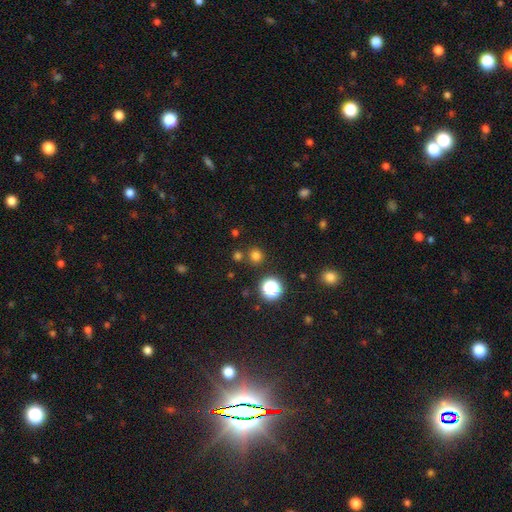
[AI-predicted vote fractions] This is likely a smooth galaxy (73%). How rounded: clearly round (93%). Merging: clearly none (81%).